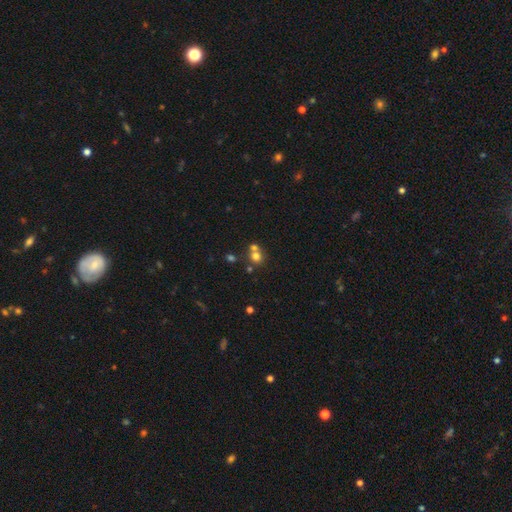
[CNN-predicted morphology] A smooth galaxy with no disk features (70%) that is round (81%). Merging: none (46%).